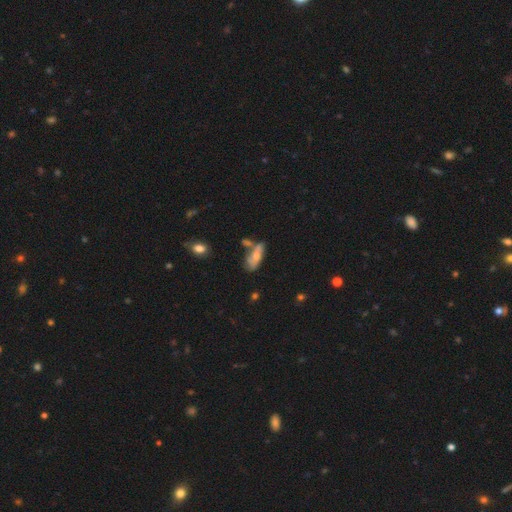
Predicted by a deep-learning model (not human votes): The model was most divided on "merging": none: 40%, merger: 27%, minor disturbance: 23%, major disturbance: 10%. More confident: how rounded — in between (69%); smooth or featured — smooth (63%).